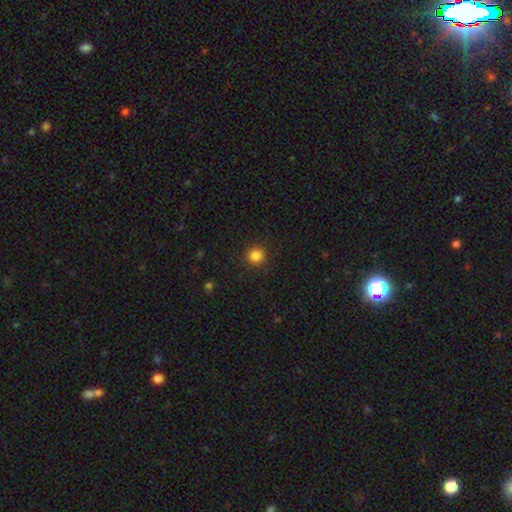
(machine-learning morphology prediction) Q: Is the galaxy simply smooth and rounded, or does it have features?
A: smooth — 85%.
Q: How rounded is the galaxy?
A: round — 95%.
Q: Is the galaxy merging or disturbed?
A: none — 92%.